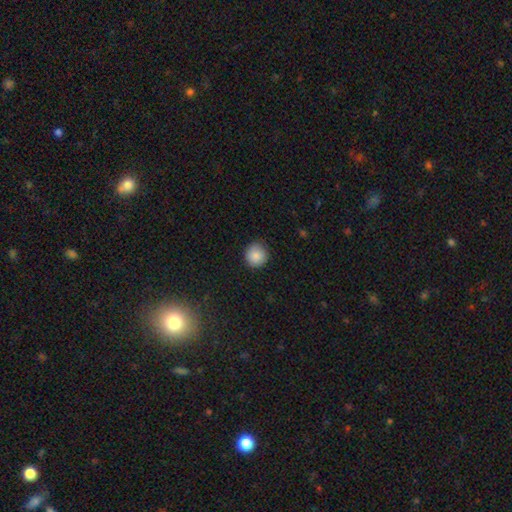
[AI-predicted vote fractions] This is clearly a smooth galaxy (87%). How rounded: clearly round (93%). Merging: clearly none (86%).